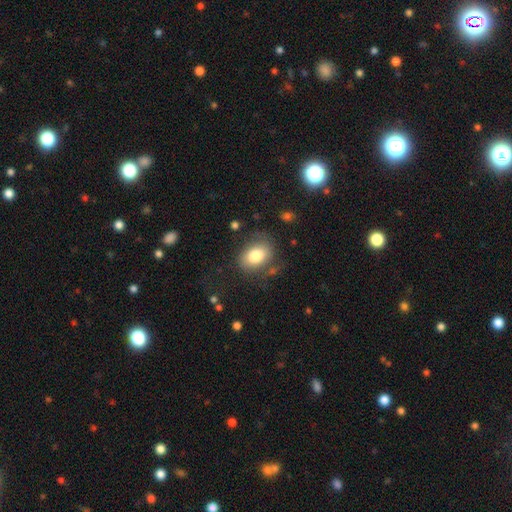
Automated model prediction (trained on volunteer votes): The model was most divided on "merging": none: 68%, minor disturbance: 20%, major disturbance: 10%, merger: 3%. More confident: smooth or featured — smooth (79%); how rounded — in between (77%).